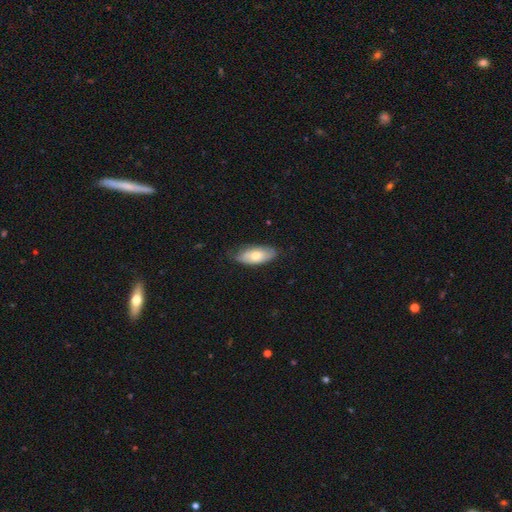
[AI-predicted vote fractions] smooth_or_featured: smooth (p=0.66) [alt: featured or disk p=0.28]
how_rounded: in between (p=0.89) [alt: cigar-shaped p=0.09]
merging: none (p=0.74) [alt: minor disturbance p=0.21]